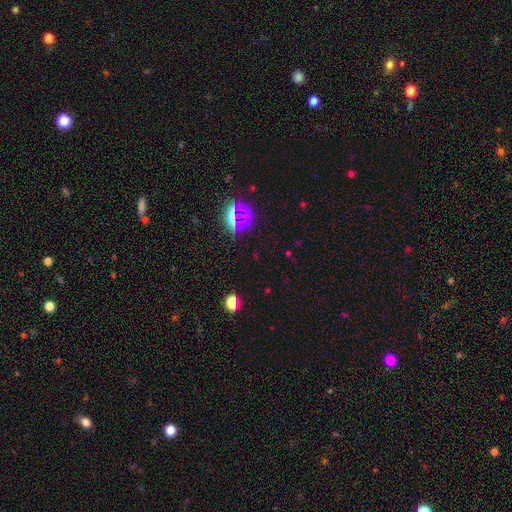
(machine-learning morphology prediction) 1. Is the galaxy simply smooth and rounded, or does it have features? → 68% star or artifact, 24% smooth, 8% featured or disk.